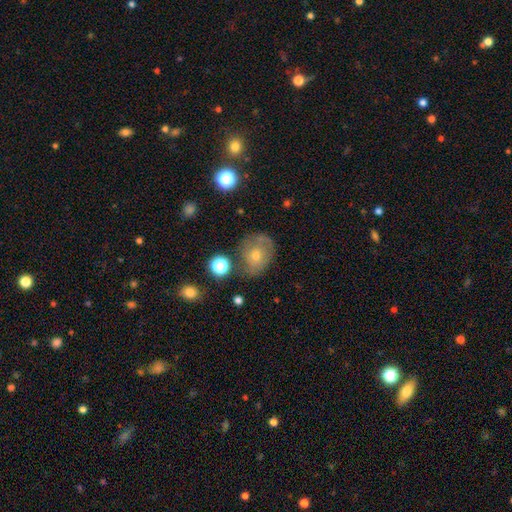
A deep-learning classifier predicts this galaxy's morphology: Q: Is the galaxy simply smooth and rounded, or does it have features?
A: smooth — 47%.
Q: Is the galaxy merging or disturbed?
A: none — 60%.